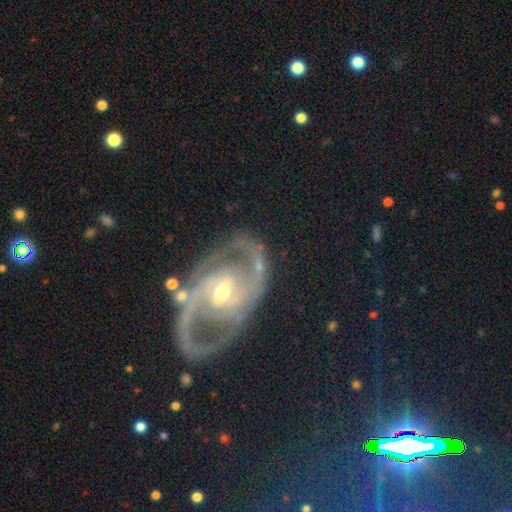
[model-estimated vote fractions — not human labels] Q: Smooth or featured?
A: featured or disk (86%); runner-up: star or artifact (7%)
Q: Edge-on disk?
A: no (96%); runner-up: yes (4%)
Q: Bar?
A: weak (43%); runner-up: no (30%)
Q: Spiral arms?
A: yes (92%); runner-up: no (8%)
Q: Spiral winding?
A: medium (45%); runner-up: tight (42%)
Q: Spiral arm count?
A: 2 (79%); runner-up: can't tell (9%)
Q: Bulge size?
A: moderate (52%); runner-up: small (43%)
Q: Merging?
A: none (71%); runner-up: minor disturbance (16%)